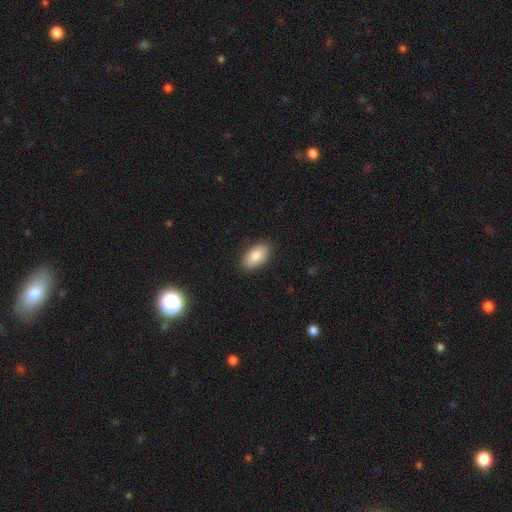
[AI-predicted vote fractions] This appears to be a smooth galaxy with no disk features (86%) that is in between round and cigar-shaped (94%). Merging: none (88%).